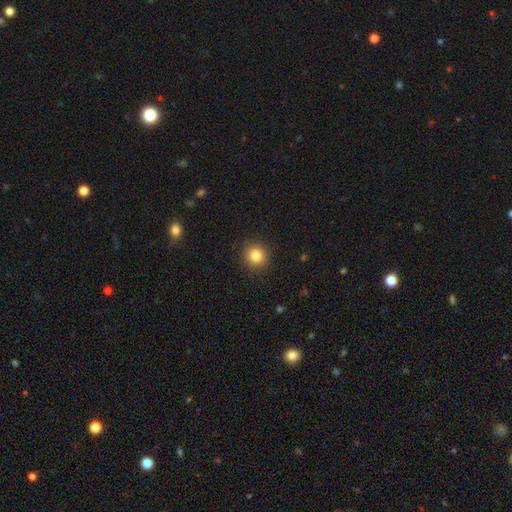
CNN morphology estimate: type=smooth (83%); roundness=round (91%); merging=none (91%).